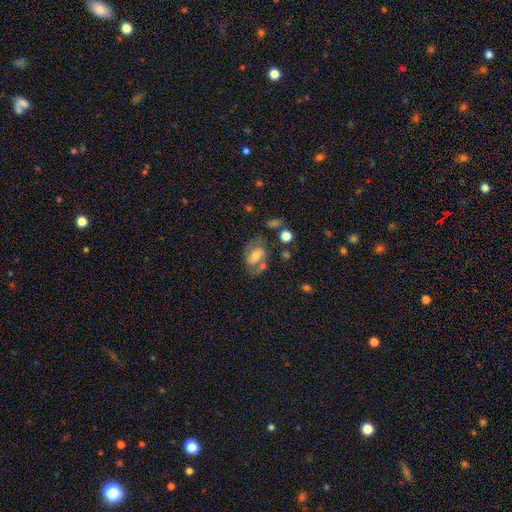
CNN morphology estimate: Overall: featured or disk (63%; smooth 28%). Edge-on disk: no (96%). Bar: weak (42%; no 37%). Spiral arms: yes (79%). Bulge size: moderate (63%; small 24%). Merging: none (62%).